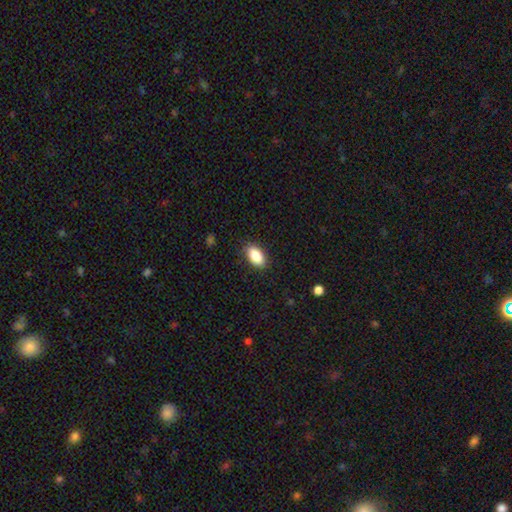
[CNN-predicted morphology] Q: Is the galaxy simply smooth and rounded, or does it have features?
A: smooth — 87%.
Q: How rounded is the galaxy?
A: in between — 92%.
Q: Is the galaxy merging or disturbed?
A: none — 87%.